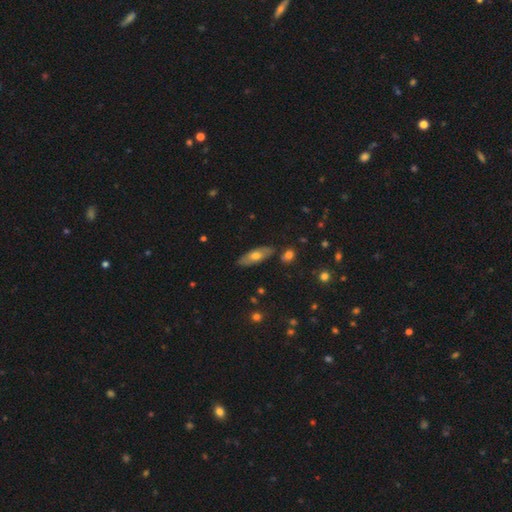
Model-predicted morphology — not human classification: Smooth or featured: smooth — 55% (featured or disk — 38%)
How rounded: in between — 69% (cigar-shaped — 28%)
Merging: none — 82% (minor disturbance — 12%)